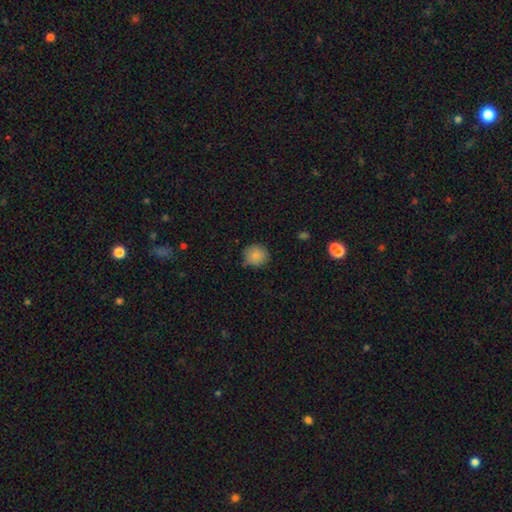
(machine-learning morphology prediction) Q: Smooth or featured?
A: smooth (85%); runner-up: star or artifact (9%)
Q: How rounded?
A: round (92%); runner-up: in between (7%)
Q: Merging?
A: none (83%); runner-up: minor disturbance (13%)